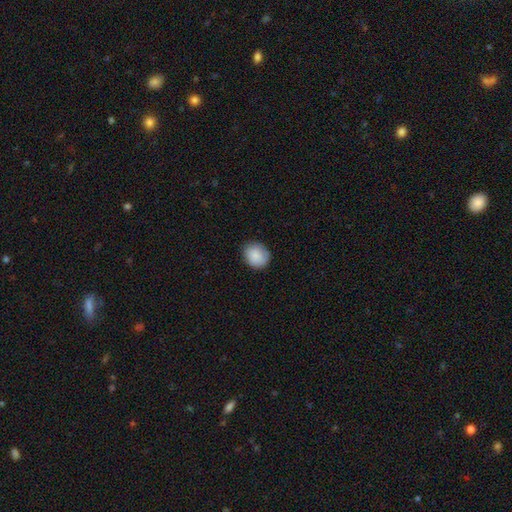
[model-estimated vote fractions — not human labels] The model was most divided on "how rounded": round: 62%, in between: 37%, cigar-shaped: 1%. More confident: smooth or featured — smooth (87%); merging — none (81%).